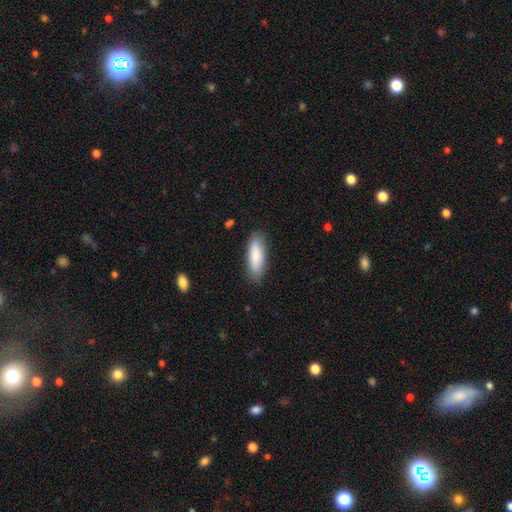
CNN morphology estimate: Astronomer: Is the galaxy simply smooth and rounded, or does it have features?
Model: smooth — 84%.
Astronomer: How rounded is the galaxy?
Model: in between — 53% (runner-up: cigar-shaped, 46%).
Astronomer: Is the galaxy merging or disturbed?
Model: none — 85%.